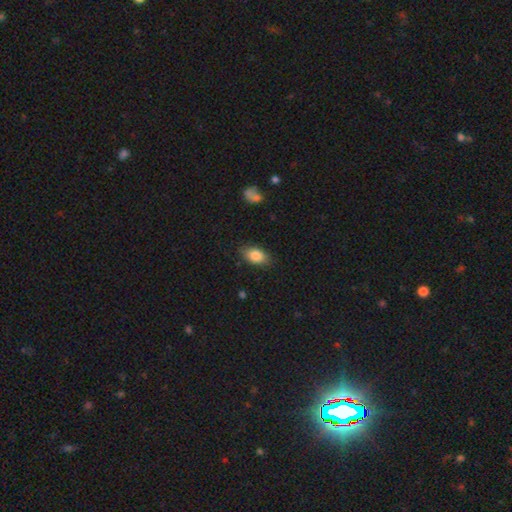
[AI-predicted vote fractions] smooth 84%, featured or disk 8%, star or artifact 7%. Down the decision tree: how rounded — in between (89%); merging — none (84%).